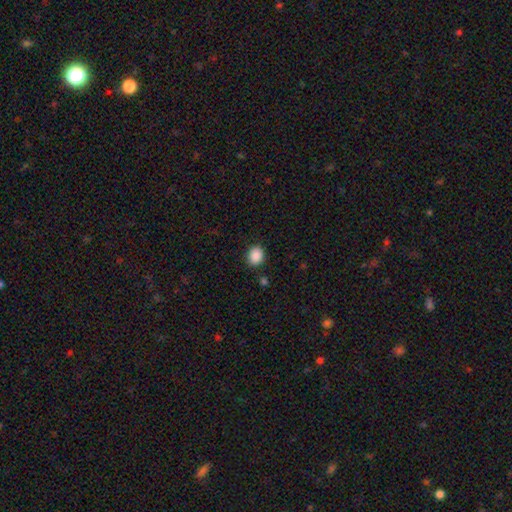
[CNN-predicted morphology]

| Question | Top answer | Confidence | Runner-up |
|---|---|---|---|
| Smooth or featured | smooth | 88% | star or artifact (9%) |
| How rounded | round | 56% | in between (43%) |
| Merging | none | 87% | minor disturbance (8%) |